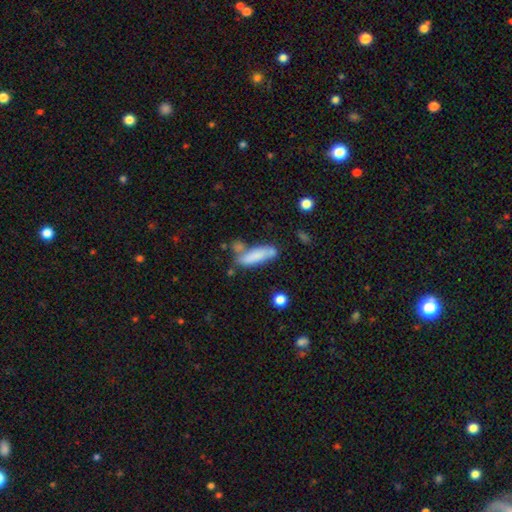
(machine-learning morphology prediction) A smooth galaxy with no disk features (75%) that is cigar-shaped (58%). Merging: none (49%).